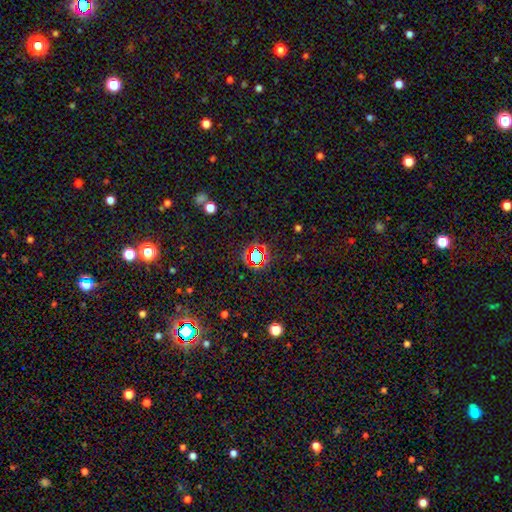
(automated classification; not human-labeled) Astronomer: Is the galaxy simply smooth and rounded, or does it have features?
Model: star or artifact — 70%.